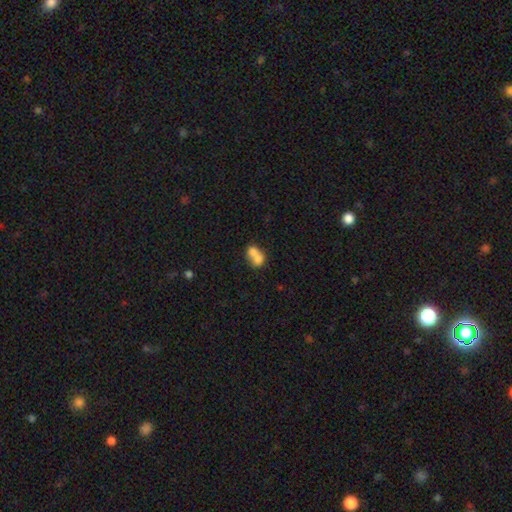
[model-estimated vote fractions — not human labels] Q: Smooth or featured?
A: smooth (70%); runner-up: featured or disk (21%)
Q: How rounded?
A: in between (50%); runner-up: round (49%)
Q: Merging?
A: merger (72%); runner-up: none (19%)